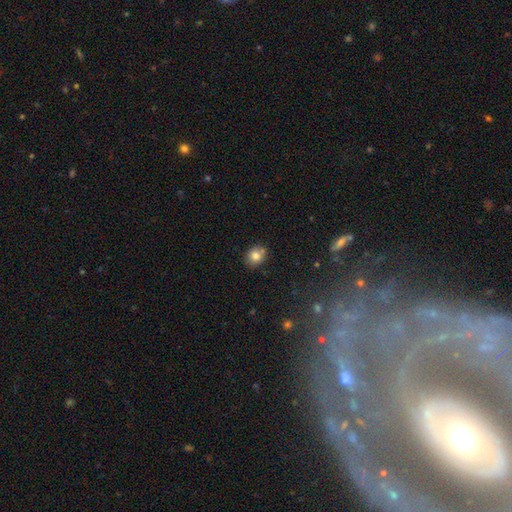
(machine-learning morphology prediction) smooth-or-featured: smooth: 79% | star or artifact: 11% | featured or disk: 10%
  how-rounded: round: 64% | in between: 35% | cigar-shaped: 1%
  merging: none: 71% | minor disturbance: 15% | merger: 11% | major disturbance: 3%